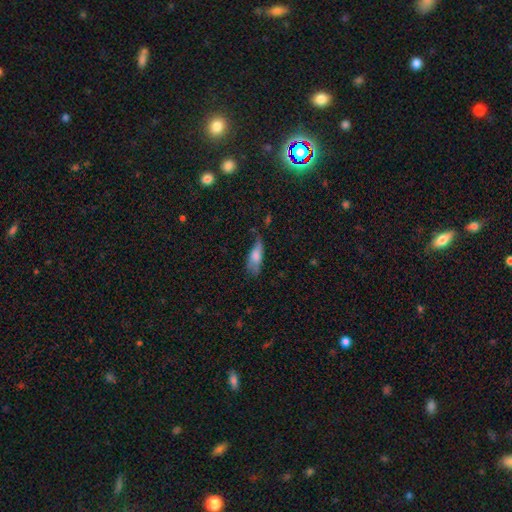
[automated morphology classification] This appears to be a smooth galaxy with no disk features (70%) that is in between round and cigar-shaped (65%). Merging: minor disturbance (38%).